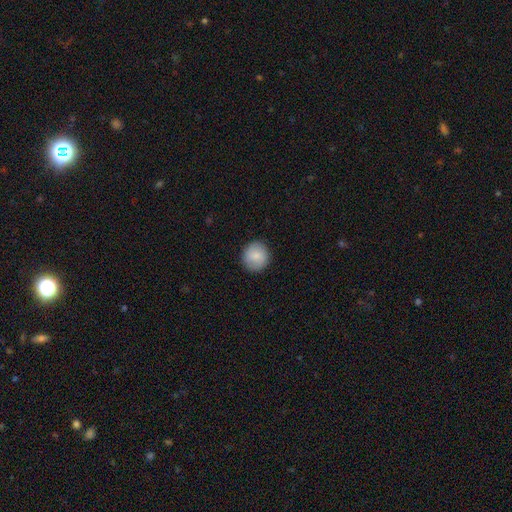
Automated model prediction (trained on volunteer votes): The model was most divided on "smooth or featured": smooth: 84%, featured or disk: 9%, star or artifact: 7%. More confident: how rounded — round (92%); merging — none (89%).